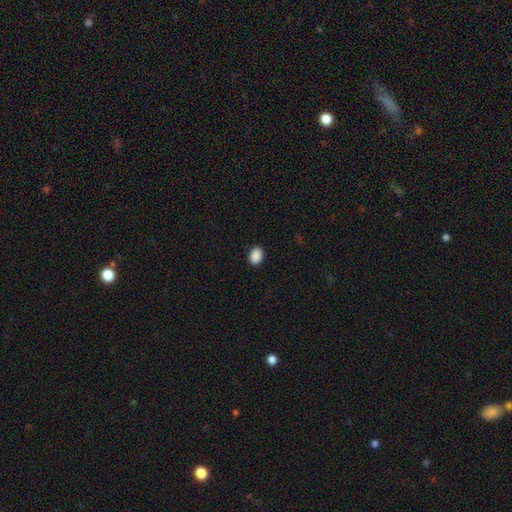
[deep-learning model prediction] smooth_or_featured: smooth (p=0.90) [alt: star or artifact p=0.08]
how_rounded: in between (p=0.65) [alt: round p=0.34]
merging: none (p=0.90) [alt: minor disturbance p=0.07]